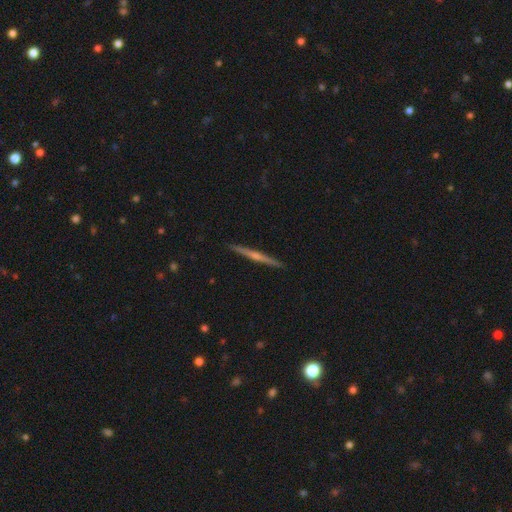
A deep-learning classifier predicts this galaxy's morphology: featured or disk 73%, smooth 19%, star or artifact 8%. Down the decision tree: edge-on disk — yes (97%); edge-on bulge — rounded (73%); merging — none (91%).